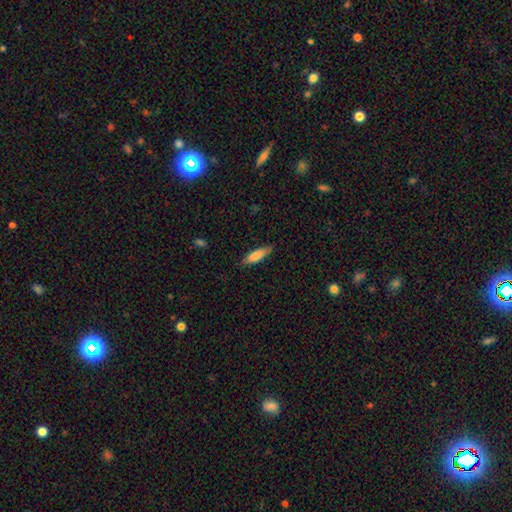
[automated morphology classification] A smooth galaxy with no disk features (81%) that is cigar-shaped (57%).

Vote fractions:
- Smooth or featured? smooth: 81% / featured or disk: 13% / star or artifact: 6%
- How rounded? cigar-shaped: 57% / in between: 41% / round: 2%
- Merging? none: 80% / minor disturbance: 16% / major disturbance: 3% / merger: 1%